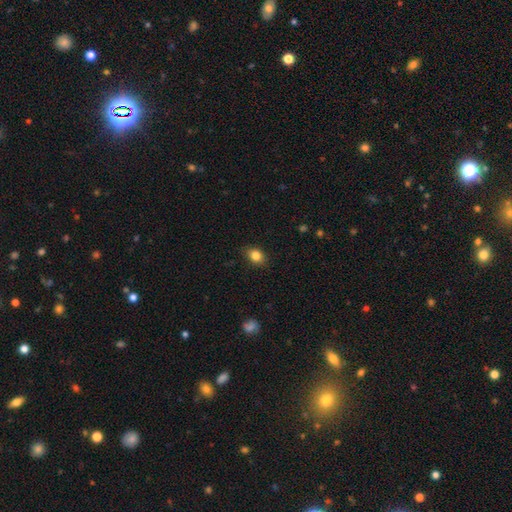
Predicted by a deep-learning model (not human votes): Smooth or featured? smooth (84%)
How rounded? in between (62%)
Merging? none (85%)